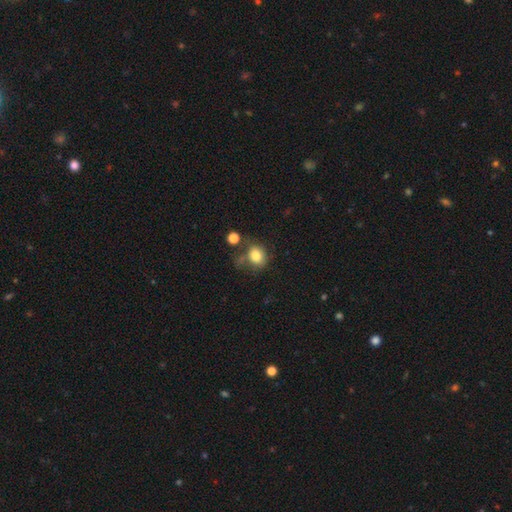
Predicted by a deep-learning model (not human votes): Smooth or featured? Predicted: smooth (p=0.81). How rounded? Predicted: round (p=0.60). Merging? Predicted: none (p=0.53).